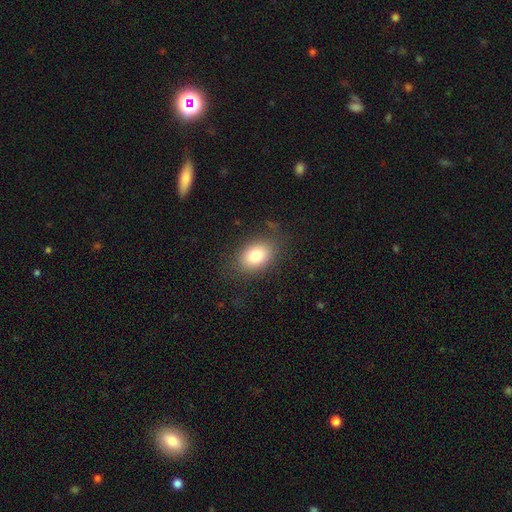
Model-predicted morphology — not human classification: A smooth galaxy with no disk features (80%) that is in between round and cigar-shaped (77%). Merging: none (81%).